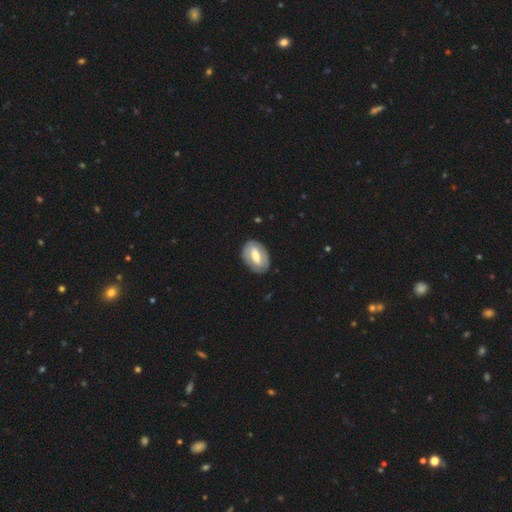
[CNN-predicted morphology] Q: Smooth or featured?
A: featured or disk (54%); runner-up: smooth (41%)
Q: Edge-on disk?
A: no (92%); runner-up: yes (8%)
Q: Merging?
A: none (83%); runner-up: minor disturbance (12%)